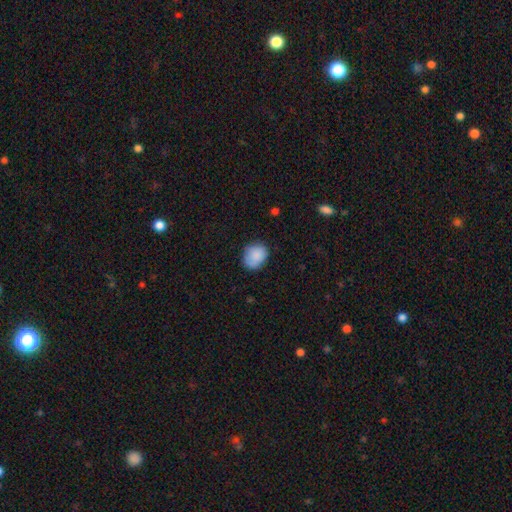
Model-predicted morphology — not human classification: smooth 86%, star or artifact 7%, featured or disk 7%. Down the decision tree: how rounded — round (55%); merging — none (71%).